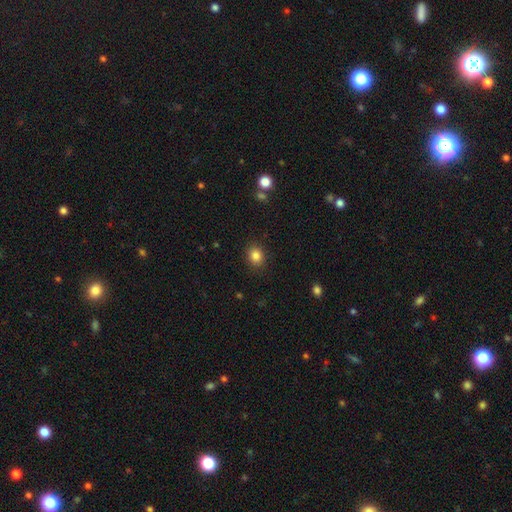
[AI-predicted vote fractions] This is clearly a smooth galaxy (84%). How rounded: likely round (69%). Merging: clearly none (89%).